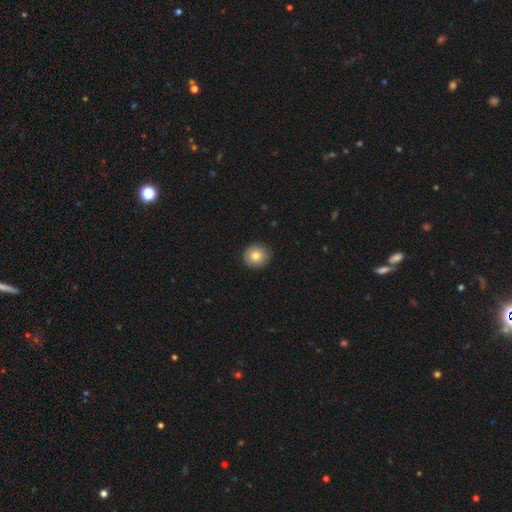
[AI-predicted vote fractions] A smooth galaxy with no disk features (80%) that is round (89%). Merging: none (91%).